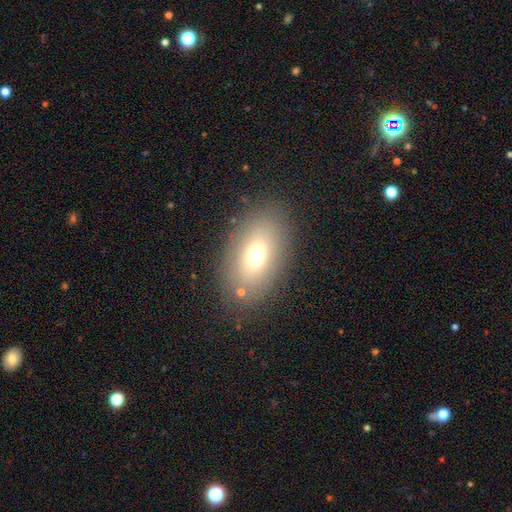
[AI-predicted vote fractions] smooth_or_featured: smooth (p=0.69) [alt: featured or disk p=0.18]
how_rounded: in between (p=0.85) [alt: round p=0.13]
merging: none (p=0.81) [alt: minor disturbance p=0.10]